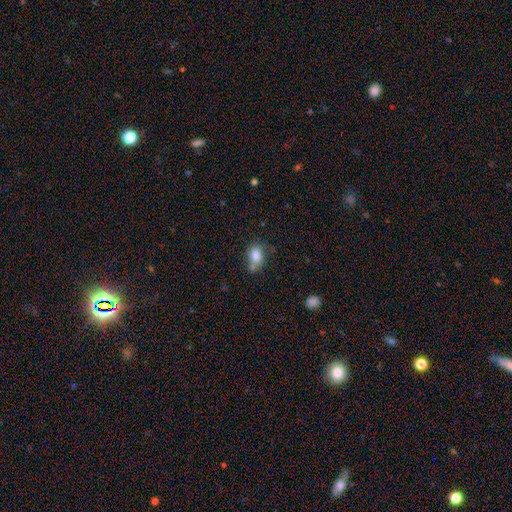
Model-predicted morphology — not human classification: type=smooth (79%); roundness=in between (65%); merging=none (47%).